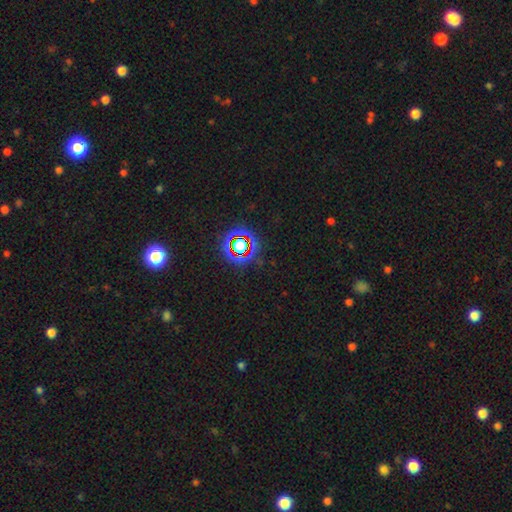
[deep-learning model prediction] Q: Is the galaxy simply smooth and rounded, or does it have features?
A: star or artifact — 65%.